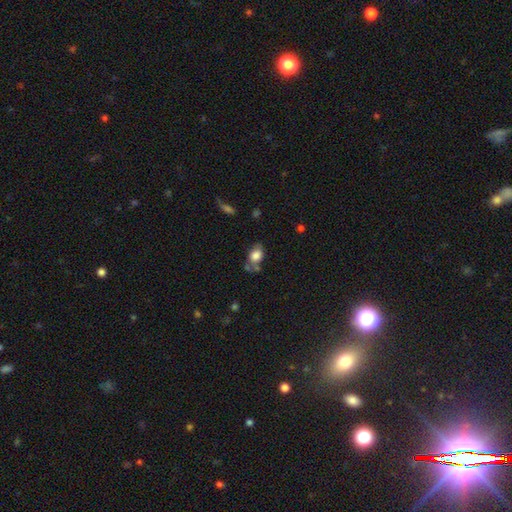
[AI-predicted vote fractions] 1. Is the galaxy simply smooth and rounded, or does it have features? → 79% smooth, 12% featured or disk, 9% star or artifact.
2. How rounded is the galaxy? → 74% in between, 24% round, 2% cigar-shaped.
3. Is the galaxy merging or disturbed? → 51% none, 23% minor disturbance, 17% merger, 8% major disturbance.